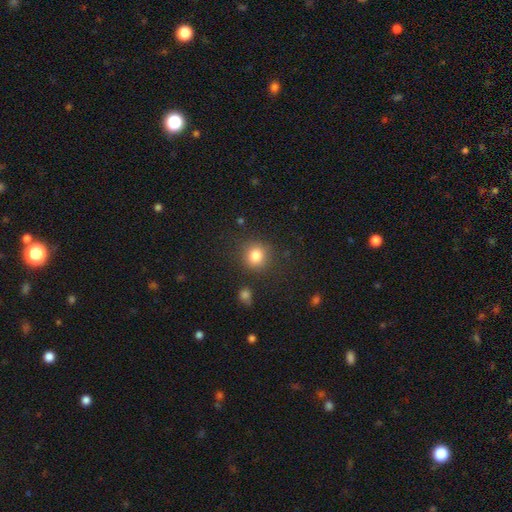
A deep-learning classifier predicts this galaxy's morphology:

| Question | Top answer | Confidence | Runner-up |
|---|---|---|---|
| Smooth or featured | smooth | 83% | star or artifact (11%) |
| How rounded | round | 87% | in between (12%) |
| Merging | none | 84% | minor disturbance (9%) |